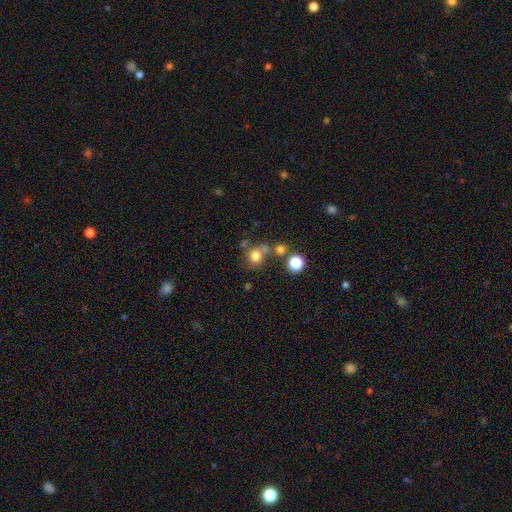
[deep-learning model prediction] Morphology: type=smooth (74%); roundness=round (86%); merging=none (60%).